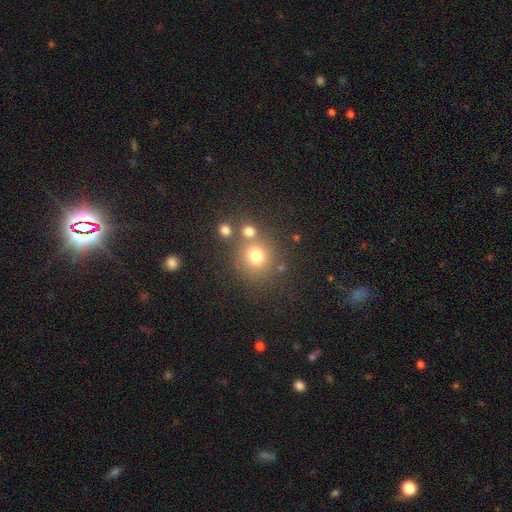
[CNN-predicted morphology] Smooth or featured?
  - smooth: 73% *
  - star or artifact: 17%
  - featured or disk: 10%
How rounded?
  - round: 89% *
  - in between: 10%
  - cigar-shaped: 1%
Merging?
  - none: 67% *
  - merger: 18%
  - minor disturbance: 10%
  - major disturbance: 5%